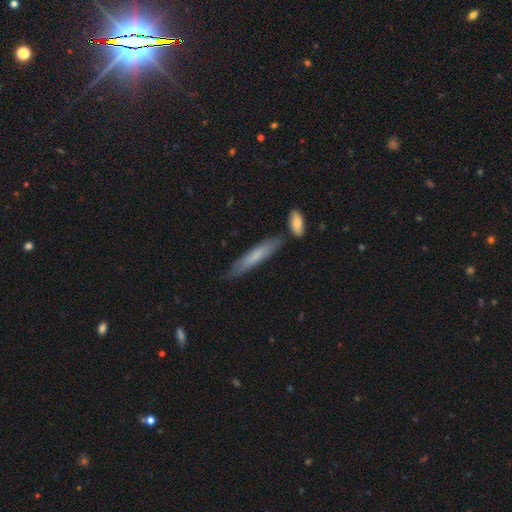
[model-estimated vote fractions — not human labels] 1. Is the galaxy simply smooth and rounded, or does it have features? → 67% smooth, 27% featured or disk, 6% star or artifact.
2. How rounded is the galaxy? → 87% cigar-shaped, 11% in between, 1% round.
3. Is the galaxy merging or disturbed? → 73% none, 16% minor disturbance, 7% merger, 3% major disturbance.